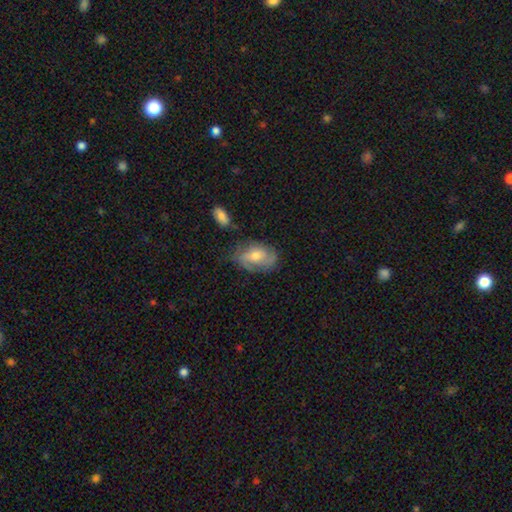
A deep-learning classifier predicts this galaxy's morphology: featured or disk 49%, smooth 43%, star or artifact 8%. Down the decision tree: merging — none (58%).